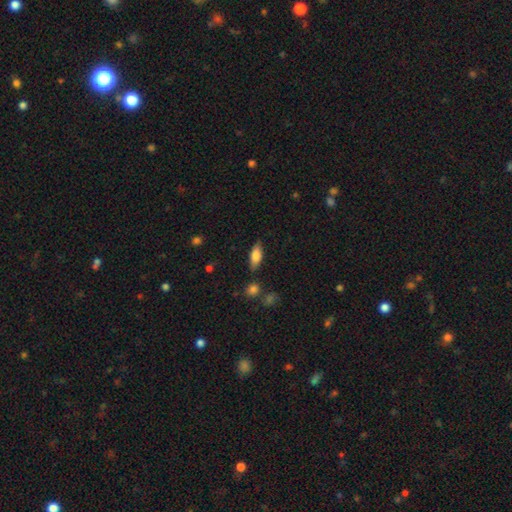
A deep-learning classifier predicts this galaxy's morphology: smooth_or_featured: smooth (p=0.76) [alt: featured or disk p=0.17]
how_rounded: in between (p=0.77) [alt: cigar-shaped p=0.21]
merging: none (p=0.82) [alt: minor disturbance p=0.13]